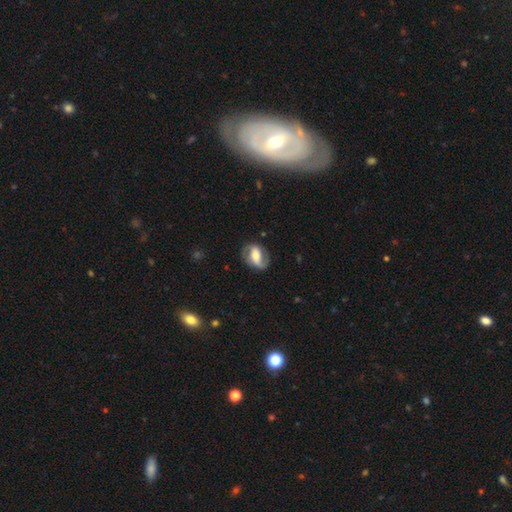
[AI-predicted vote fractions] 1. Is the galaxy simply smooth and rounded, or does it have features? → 73% featured or disk, 21% smooth, 6% star or artifact.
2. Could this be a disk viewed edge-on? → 96% no, 4% yes.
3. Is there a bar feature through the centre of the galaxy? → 42% strong, 35% weak, 23% no.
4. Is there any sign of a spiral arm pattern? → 88% yes, 12% no.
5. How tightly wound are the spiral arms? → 44% medium, 31% loose, 24% tight.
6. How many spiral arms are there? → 85% 2, 7% 1, 5% can't tell, 1% 3, 1% 4, 1% more than 4.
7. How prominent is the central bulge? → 48% moderate, 24% large, 20% small, 4% none, 3% dominant.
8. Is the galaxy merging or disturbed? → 76% none, 15% minor disturbance, 7% major disturbance, 1% merger.